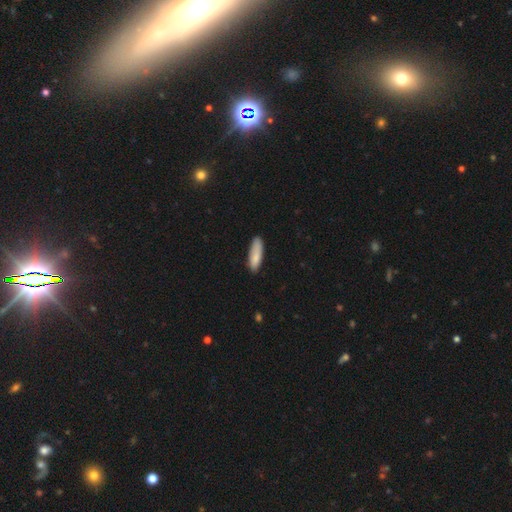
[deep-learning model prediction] Q: Smooth or featured?
A: smooth (85%); runner-up: featured or disk (9%)
Q: How rounded?
A: cigar-shaped (50%); runner-up: in between (48%)
Q: Merging?
A: none (78%); runner-up: minor disturbance (18%)